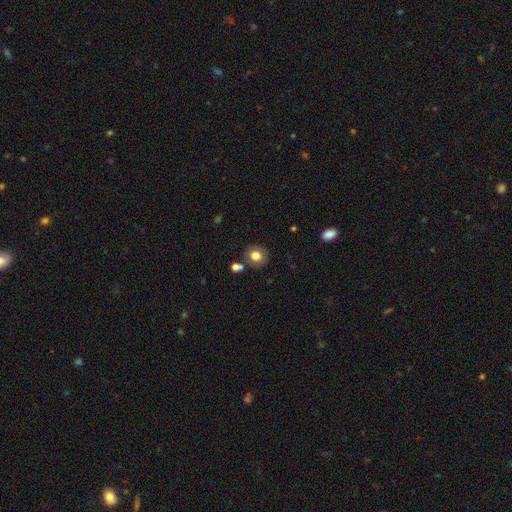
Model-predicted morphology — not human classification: This is likely a smooth galaxy (78%). How rounded: likely round (76%). Merging: likely none (79%).